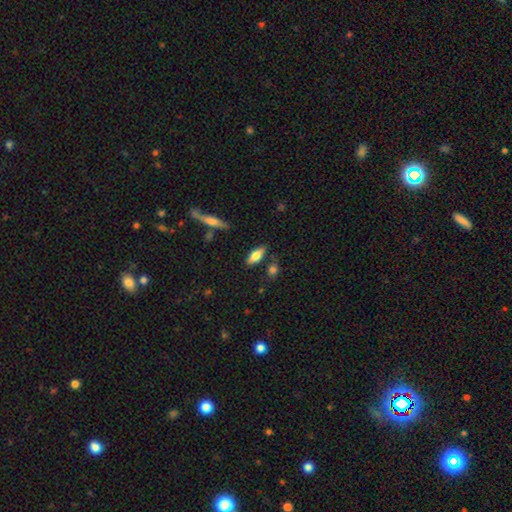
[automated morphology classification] The model was most divided on "smooth or featured": smooth: 69%, featured or disk: 24%, star or artifact: 7%. More confident: merging — none (78%); how rounded — in between (74%).